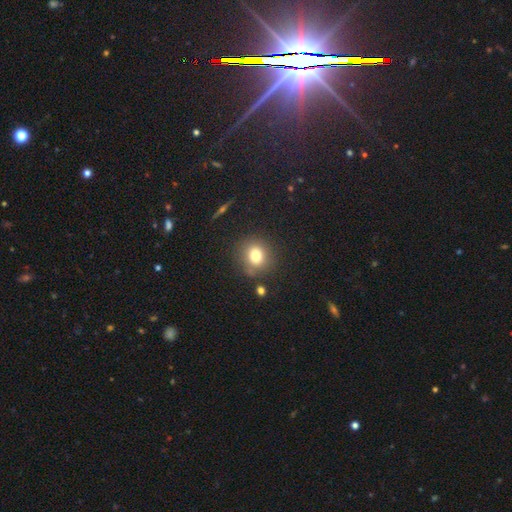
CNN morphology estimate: This is likely a smooth galaxy (78%). How rounded: likely round (77%). Merging: clearly none (81%).